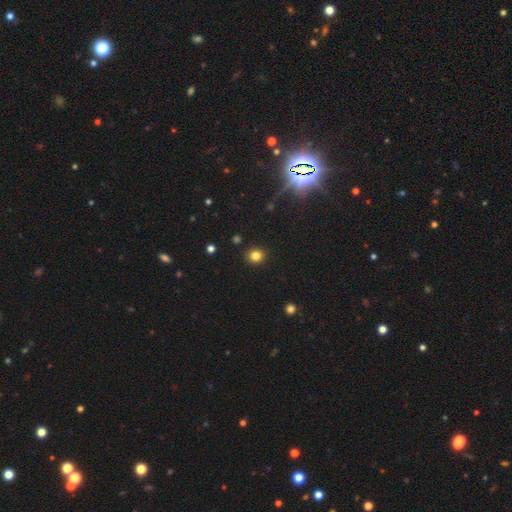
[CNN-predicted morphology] Overall: smooth (81%). How rounded: round (87%). Merging: none (91%).